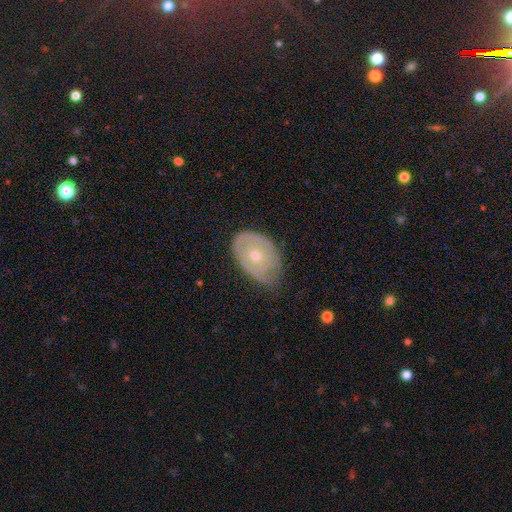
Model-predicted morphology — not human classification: This is possibly a featured or disk galaxy (58%). It is clearly not viewed edge-on (93%). Bar: clearly no (87%). Spiral arm pattern: possibly no (50%, tied with yes). Central bulge: possibly moderate (59%). Merging: possibly none (56%).